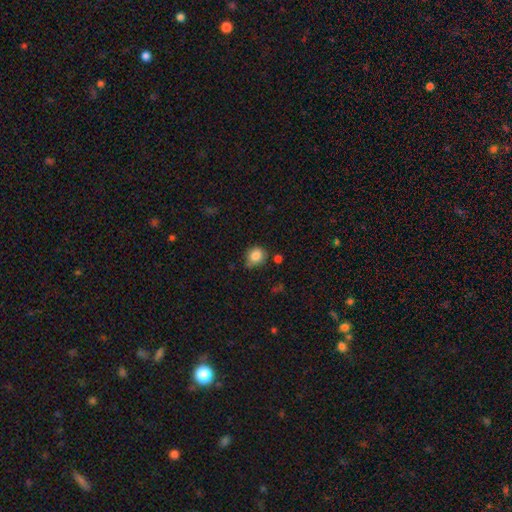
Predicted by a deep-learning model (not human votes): A smooth galaxy with no disk features (84%) that is round (68%).

Vote fractions:
- Smooth or featured? smooth: 84% / star or artifact: 10% / featured or disk: 6%
- How rounded? round: 68% / in between: 31% / cigar-shaped: 1%
- Merging? none: 65% / minor disturbance: 26% / major disturbance: 5% / merger: 5%